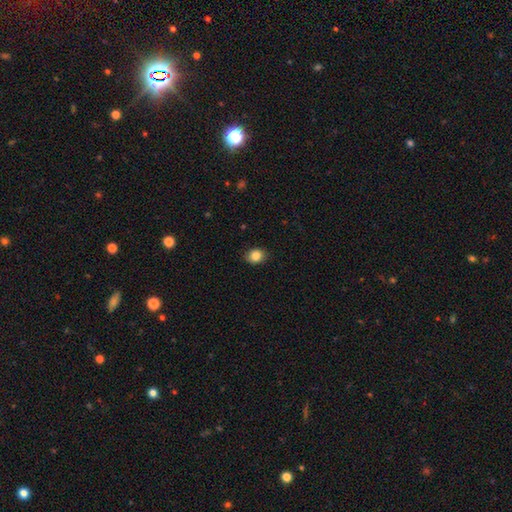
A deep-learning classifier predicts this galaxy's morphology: type=smooth (85%); roundness=round (53%); merging=none (87%).